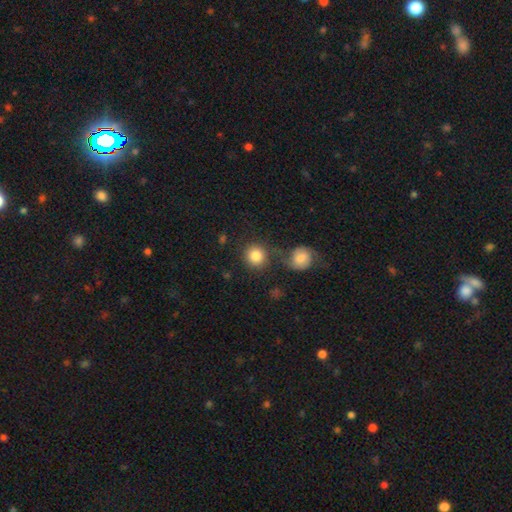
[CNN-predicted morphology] Smooth or featured?
  - smooth: 85% *
  - star or artifact: 8%
  - featured or disk: 7%
How rounded?
  - round: 91% *
  - in between: 8%
  - cigar-shaped: 1%
Merging?
  - none: 69% *
  - merger: 17%
  - minor disturbance: 9%
  - major disturbance: 5%